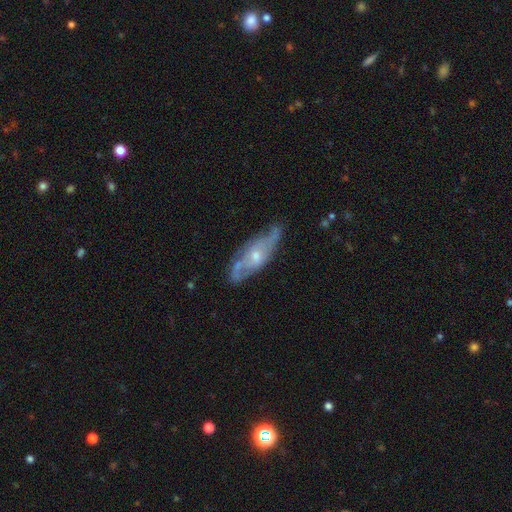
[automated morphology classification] Smooth or featured?
  - featured or disk: 76% *
  - smooth: 18%
  - star or artifact: 6%
Edge-on disk?
  - no: 78% *
  - yes: 22%
Bar?
  - no: 67% *
  - weak: 28%
  - strong: 5%
Spiral arms?
  - yes: 83% *
  - no: 17%
Bulge size?
  - small: 49% *
  - moderate: 46%
  - none: 2%
  - large: 2%
  - dominant: 1%
Merging?
  - none: 68% *
  - minor disturbance: 23%
  - major disturbance: 7%
  - merger: 2%